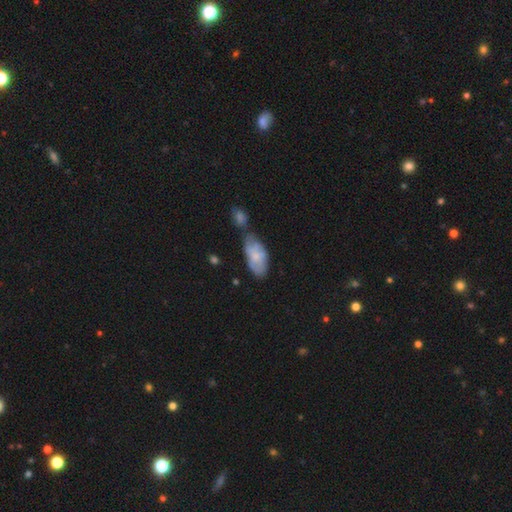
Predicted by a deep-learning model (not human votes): Smooth or featured?
  - smooth: 59% *
  - featured or disk: 35%
  - star or artifact: 7%
How rounded?
  - in between: 92% *
  - cigar-shaped: 5%
  - round: 3%
Merging?
  - none: 34% *
  - merger: 28%
  - minor disturbance: 27%
  - major disturbance: 11%